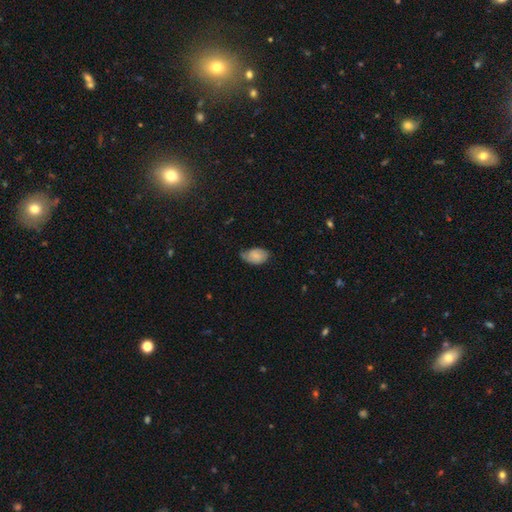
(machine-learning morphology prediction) Smooth or featured: smooth — 63% (featured or disk — 29%)
How rounded: in between — 89% (round — 9%)
Merging: none — 48% (minor disturbance — 38%)